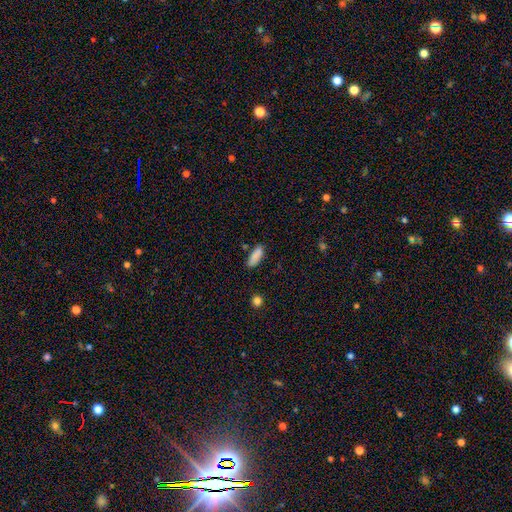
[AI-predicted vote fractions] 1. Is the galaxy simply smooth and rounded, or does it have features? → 86% smooth, 8% star or artifact, 6% featured or disk.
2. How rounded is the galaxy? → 68% in between, 30% cigar-shaped, 2% round.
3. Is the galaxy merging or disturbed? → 75% none, 17% minor disturbance, 5% merger, 4% major disturbance.